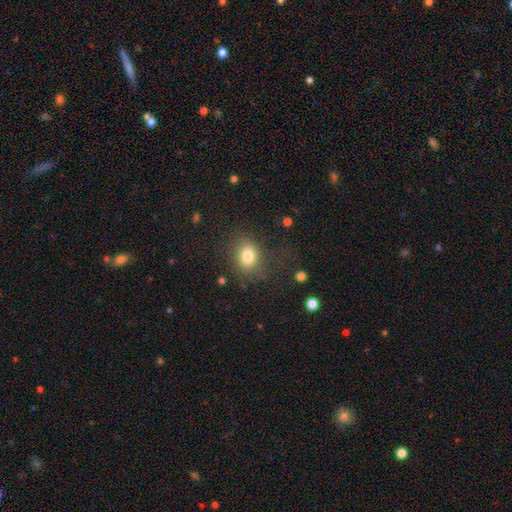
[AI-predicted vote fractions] A smooth galaxy with no disk features (60%) that is round (80%).

Vote fractions:
- Smooth or featured? smooth: 60% / star or artifact: 32% / featured or disk: 8%
- How rounded? round: 80% / in between: 19% / cigar-shaped: 1%
- Merging? none: 83% / minor disturbance: 10% / major disturbance: 4% / merger: 3%